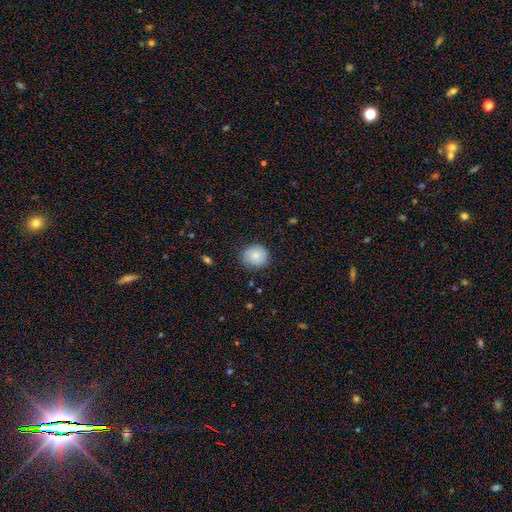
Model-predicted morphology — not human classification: Smooth or featured? smooth (82%)
How rounded? round (80%)
Merging? none (79%)